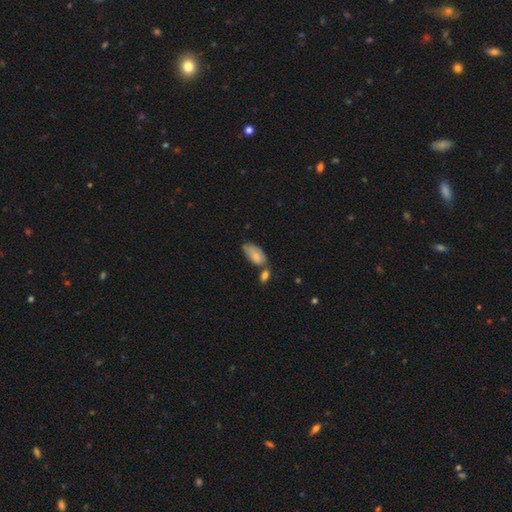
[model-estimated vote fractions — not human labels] A smooth galaxy with no disk features (76%) that is in between round and cigar-shaped (91%).

Vote fractions:
- Smooth or featured? smooth: 76% / featured or disk: 17% / star or artifact: 7%
- How rounded? in between: 91% / cigar-shaped: 6% / round: 3%
- Merging? none: 39% / minor disturbance: 29% / merger: 24% / major disturbance: 9%